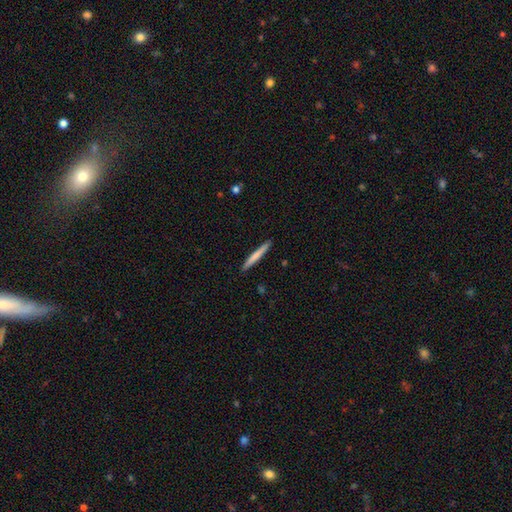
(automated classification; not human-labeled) smooth-or-featured: smooth: 69% | featured or disk: 26% | star or artifact: 5%
  how-rounded: cigar-shaped: 97% | in between: 2% | round: 1%
  merging: none: 92% | minor disturbance: 6% | major disturbance: 1% | merger: 1%